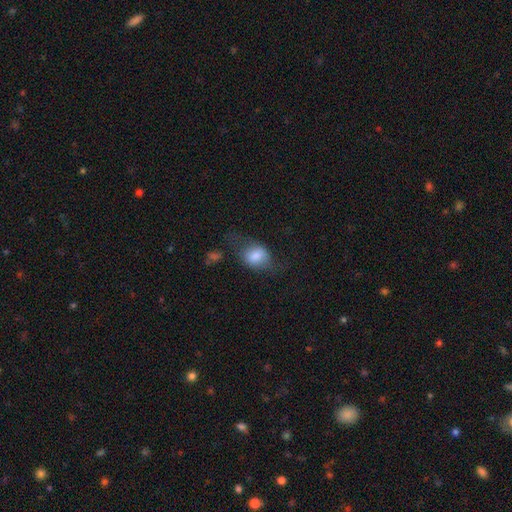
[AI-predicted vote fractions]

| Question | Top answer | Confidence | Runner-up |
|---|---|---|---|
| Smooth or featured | smooth | 73% | featured or disk (19%) |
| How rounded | in between | 66% | round (32%) |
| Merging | none | 40% | major disturbance (28%) |